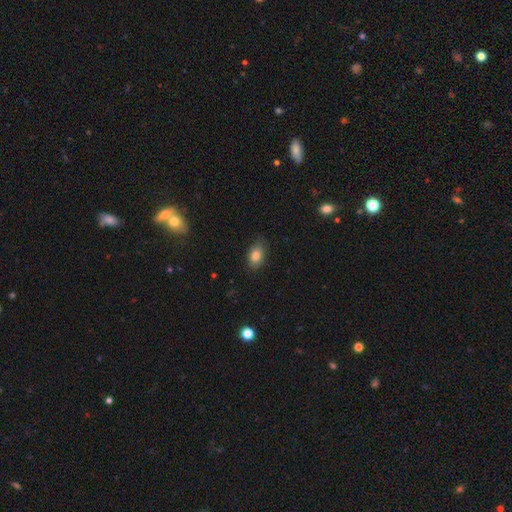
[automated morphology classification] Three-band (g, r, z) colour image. It shows a smooth galaxy with no disk features (82%) that is in between round and cigar-shaped (83%). Merging: none (79%).